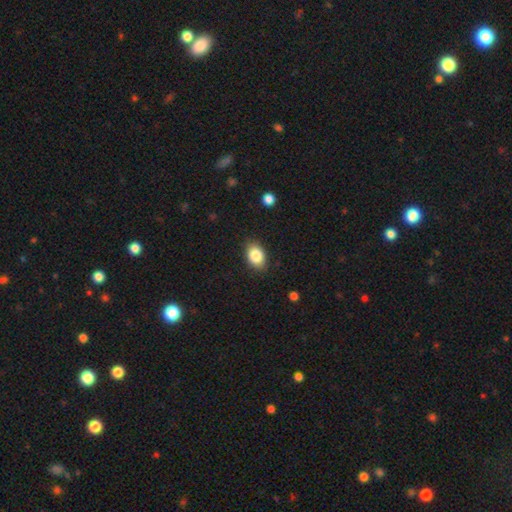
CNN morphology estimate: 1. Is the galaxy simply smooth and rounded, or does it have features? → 85% smooth, 8% star or artifact, 7% featured or disk.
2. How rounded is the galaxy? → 83% in between, 16% round, 1% cigar-shaped.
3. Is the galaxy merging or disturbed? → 85% none, 11% minor disturbance, 3% major disturbance, 1% merger.